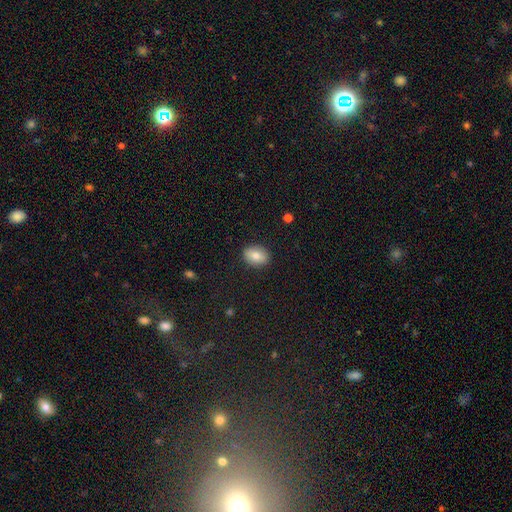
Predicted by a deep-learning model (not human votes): Morphology: type=smooth (79%); roundness=in between (68%); merging=none (89%).